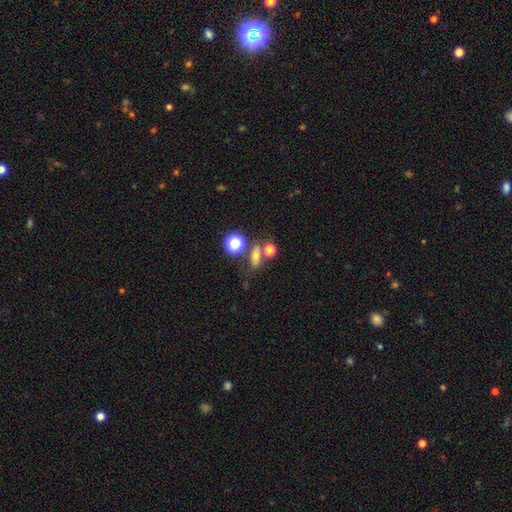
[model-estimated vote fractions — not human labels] A smooth galaxy with no disk features (56%) that is in between round and cigar-shaped (52%).

Vote fractions:
- Smooth or featured? smooth: 56% / featured or disk: 23% / star or artifact: 21%
- How rounded? in between: 52% / round: 33% / cigar-shaped: 14%
- Merging? none: 57% / merger: 24% / minor disturbance: 12% / major disturbance: 6%